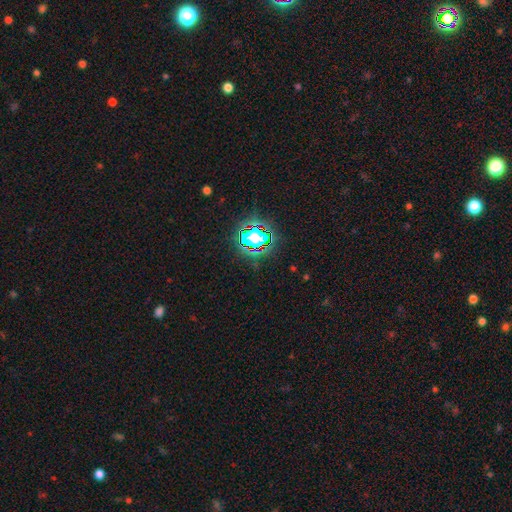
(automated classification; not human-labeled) smooth_or_featured: star or artifact (p=0.79) [alt: smooth p=0.12]